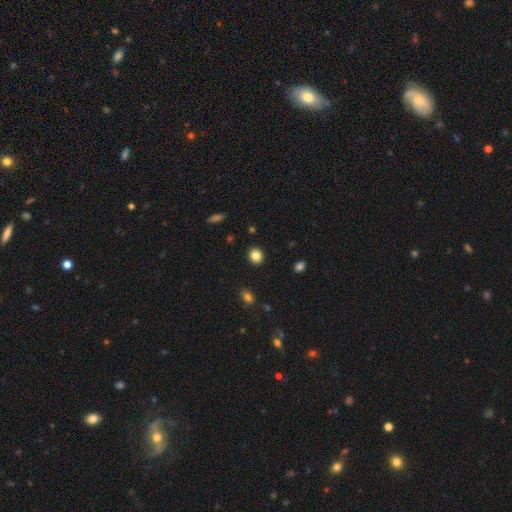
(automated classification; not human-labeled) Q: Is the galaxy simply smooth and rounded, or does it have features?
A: smooth — 84%.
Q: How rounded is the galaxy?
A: round — 77%.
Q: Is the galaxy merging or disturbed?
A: none — 91%.